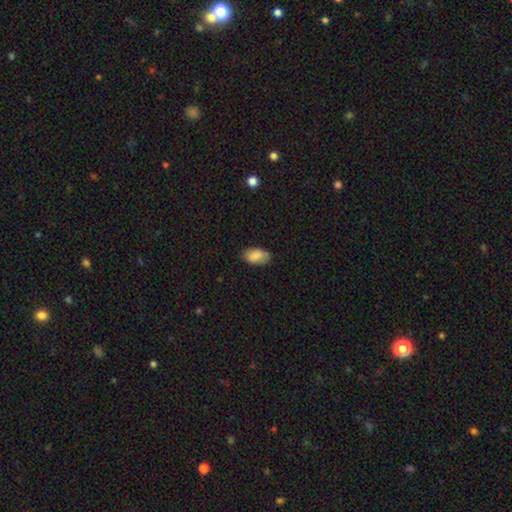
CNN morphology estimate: Smooth or featured: smooth — 86% (featured or disk — 7%)
How rounded: in between — 93% (round — 5%)
Merging: none — 81% (minor disturbance — 15%)